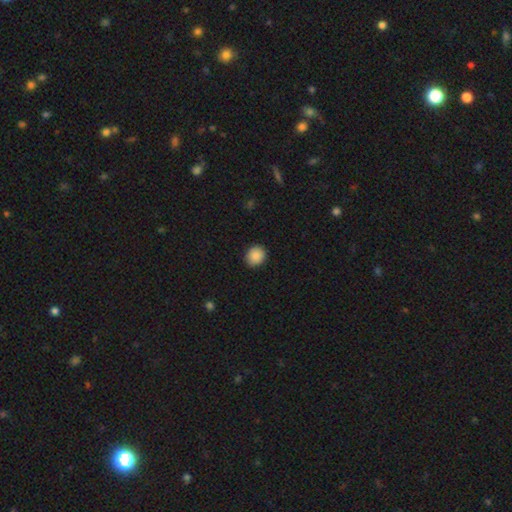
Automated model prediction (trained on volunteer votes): smooth_or_featured: smooth (p=0.89) [alt: star or artifact p=0.08]
how_rounded: round (p=0.81) [alt: in between p=0.18]
merging: none (p=0.90) [alt: minor disturbance p=0.07]